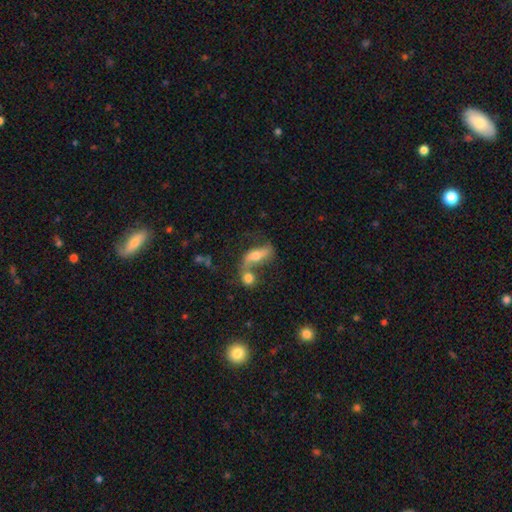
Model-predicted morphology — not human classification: type=featured or disk (61%); edge-on=no (82%); merging=merger (43%).